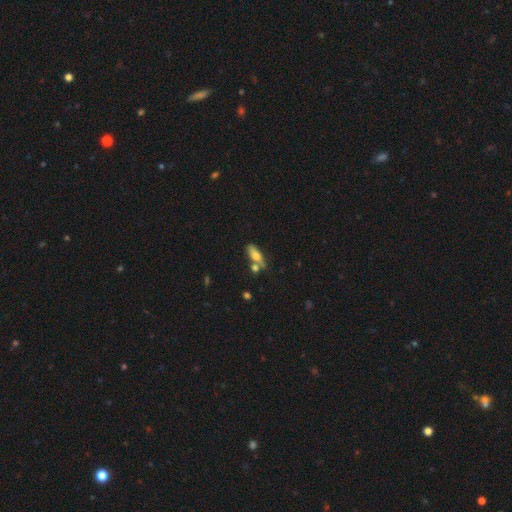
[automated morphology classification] Q: Smooth or featured?
A: smooth (65%); runner-up: featured or disk (27%)
Q: How rounded?
A: in between (59%); runner-up: cigar-shaped (37%)
Q: Merging?
A: none (53%); runner-up: merger (24%)